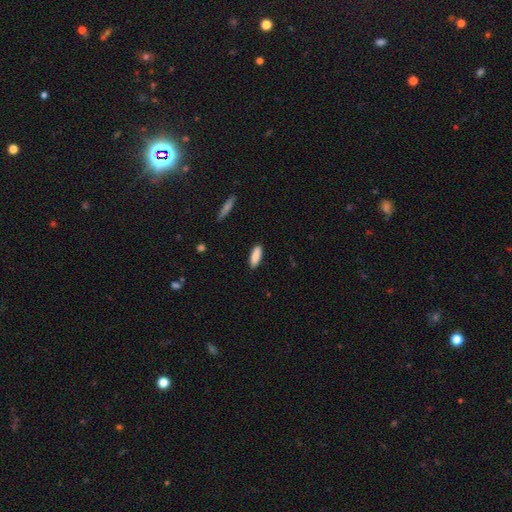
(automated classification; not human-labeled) This appears to be a smooth galaxy with no disk features (88%) that is in between round and cigar-shaped (64%). Merging: none (88%).